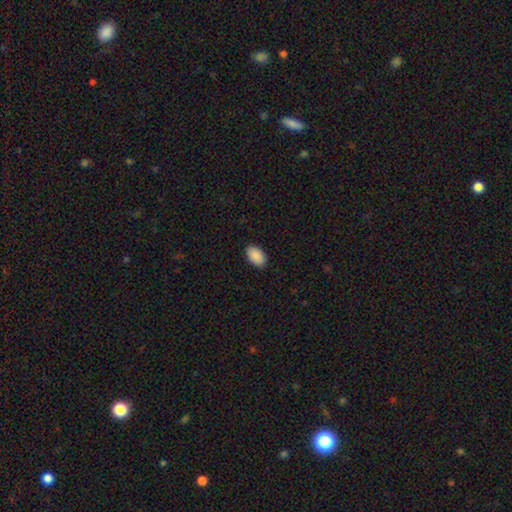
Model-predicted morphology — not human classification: Q: Smooth or featured?
A: smooth (91%); runner-up: star or artifact (7%)
Q: How rounded?
A: in between (93%); runner-up: round (6%)
Q: Merging?
A: none (89%); runner-up: minor disturbance (8%)